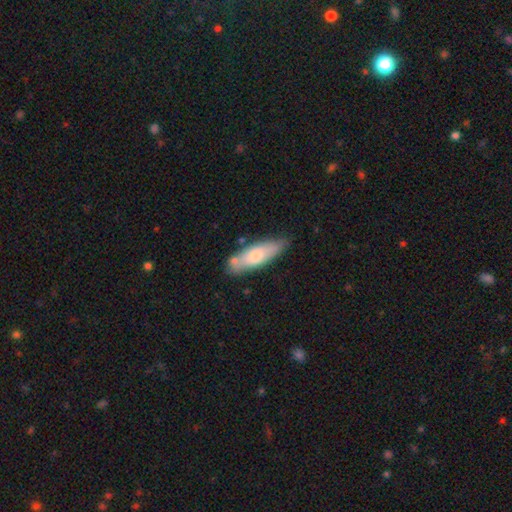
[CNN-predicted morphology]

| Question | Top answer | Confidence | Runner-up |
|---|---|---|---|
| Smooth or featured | smooth | 69% | featured or disk (26%) |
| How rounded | in between | 51% | cigar-shaped (47%) |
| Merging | none | 70% | minor disturbance (19%) |